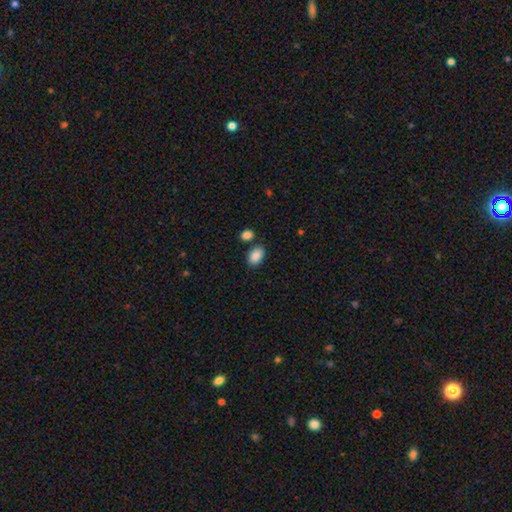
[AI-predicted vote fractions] Morphology: type=smooth (89%); roundness=in between (88%); merging=none (77%).